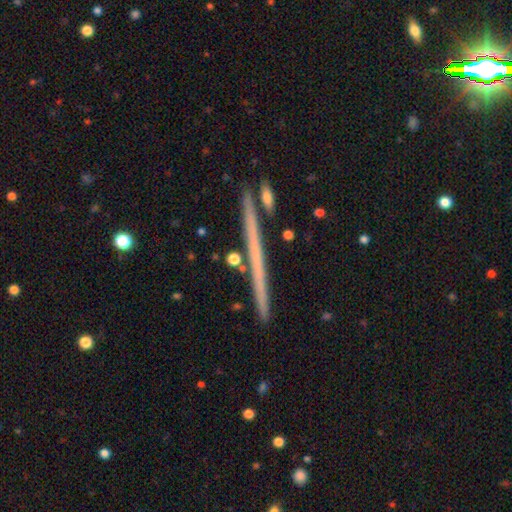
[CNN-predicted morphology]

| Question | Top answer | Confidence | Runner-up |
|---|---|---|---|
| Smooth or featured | featured or disk | 65% | smooth (25%) |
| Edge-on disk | yes | 97% | no (3%) |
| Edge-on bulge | none | 81% | rounded (15%) |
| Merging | none | 87% | minor disturbance (8%) |